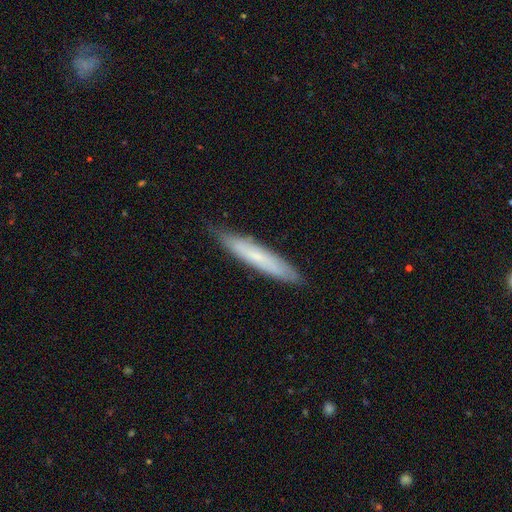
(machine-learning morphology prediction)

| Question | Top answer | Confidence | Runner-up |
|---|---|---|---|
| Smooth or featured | smooth | 60% | featured or disk (34%) |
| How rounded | cigar-shaped | 91% | in between (8%) |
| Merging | none | 84% | minor disturbance (12%) |